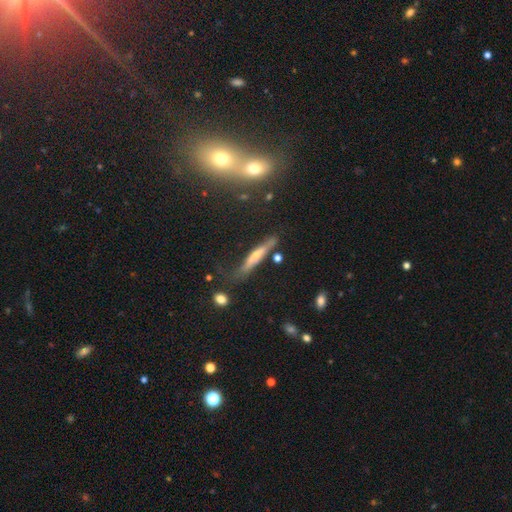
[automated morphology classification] This is possibly a featured or disk galaxy (54%). It is clearly viewed edge-on (86%). Merging: likely none (62%).